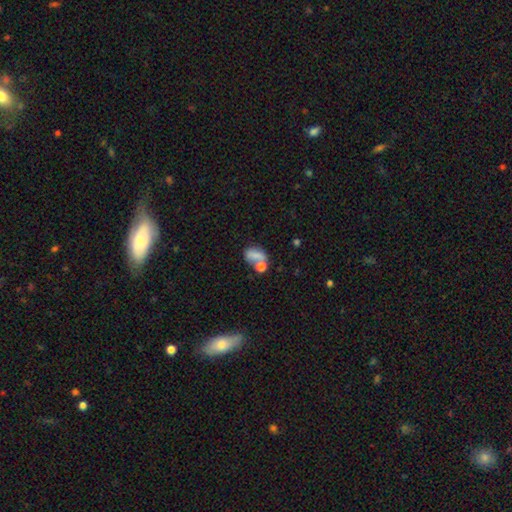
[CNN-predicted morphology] This is likely a smooth galaxy (71%). How rounded: likely in between (77%). Merging: marginally merger (38%).